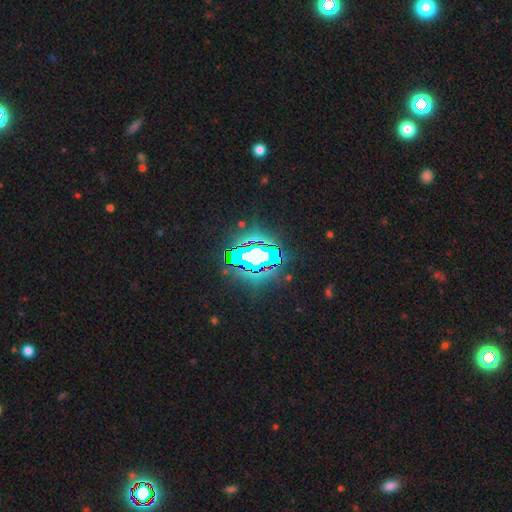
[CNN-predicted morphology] type=star or artifact (73%).